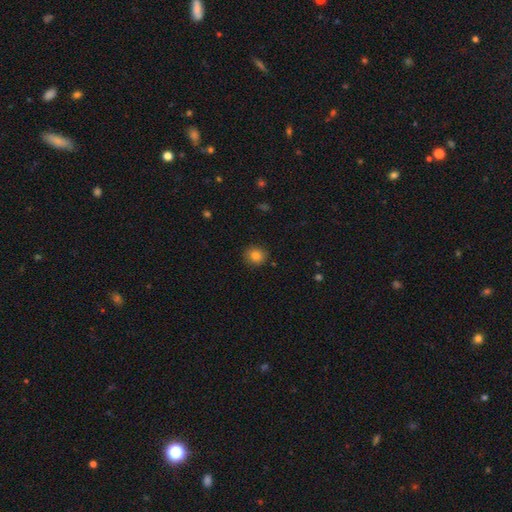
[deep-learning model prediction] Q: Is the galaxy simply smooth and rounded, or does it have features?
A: smooth — 82%.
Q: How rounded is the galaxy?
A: round — 89%.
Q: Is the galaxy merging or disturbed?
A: none — 89%.